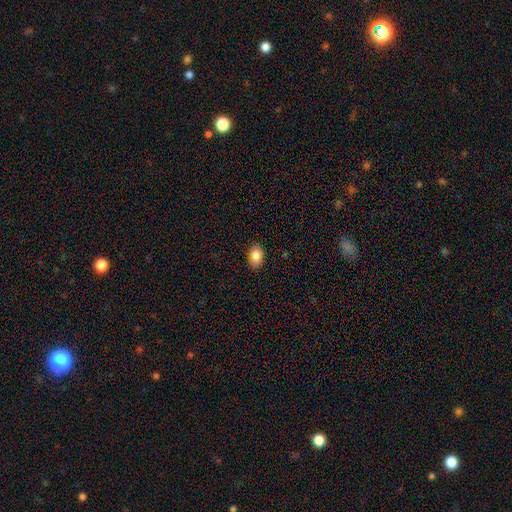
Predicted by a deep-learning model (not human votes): smooth 87%, star or artifact 8%, featured or disk 5%. Down the decision tree: how rounded — in between (86%); merging — none (85%).